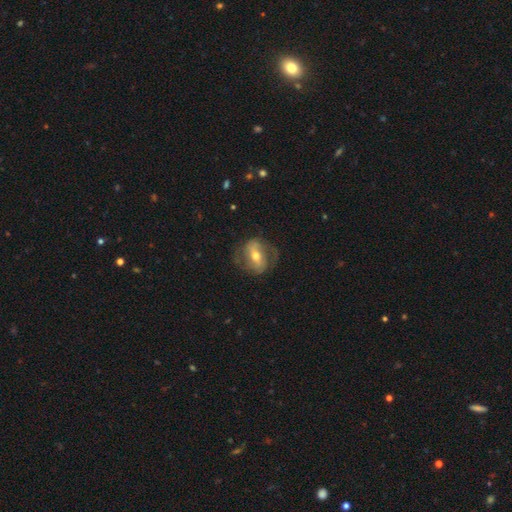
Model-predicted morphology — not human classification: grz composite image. It shows a featured or disk galaxy (62%) with a strong bar (42%), spiral arms (71%) and a moderate central bulge (65%). Merging: none (65%).